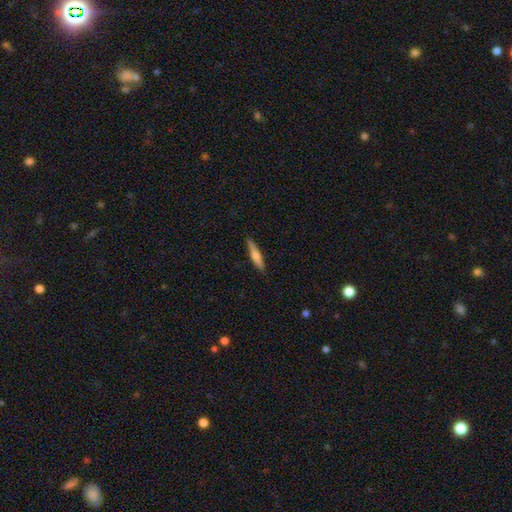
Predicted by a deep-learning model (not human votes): Smooth or featured?
  - smooth: 57% *
  - featured or disk: 37%
  - star or artifact: 6%
How rounded?
  - cigar-shaped: 90% *
  - in between: 9%
  - round: 2%
Merging?
  - none: 88% *
  - minor disturbance: 9%
  - major disturbance: 2%
  - merger: 1%